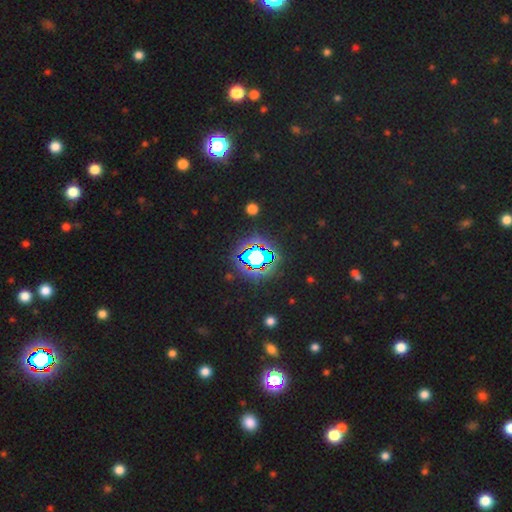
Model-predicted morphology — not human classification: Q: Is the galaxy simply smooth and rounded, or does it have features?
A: star or artifact — 68%.